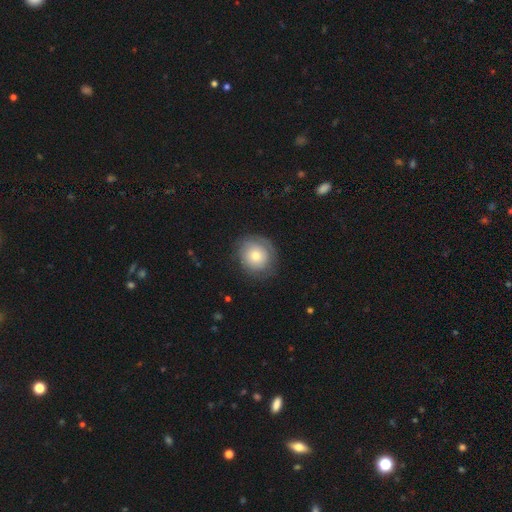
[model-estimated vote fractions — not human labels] This is likely a smooth galaxy (65%). How rounded: clearly round (86%). Merging: likely none (77%).